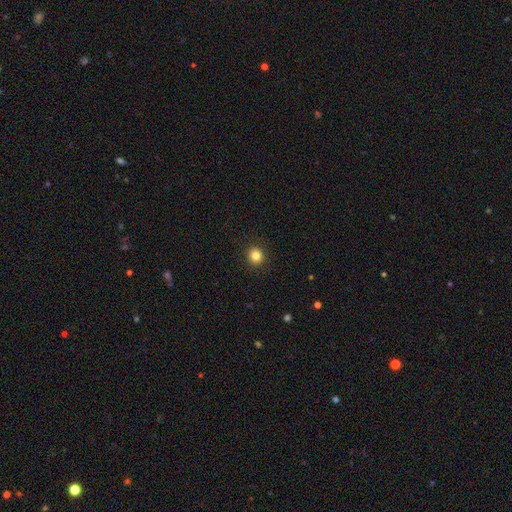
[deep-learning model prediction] Morphology: type=smooth (83%); roundness=round (92%); merging=none (92%).